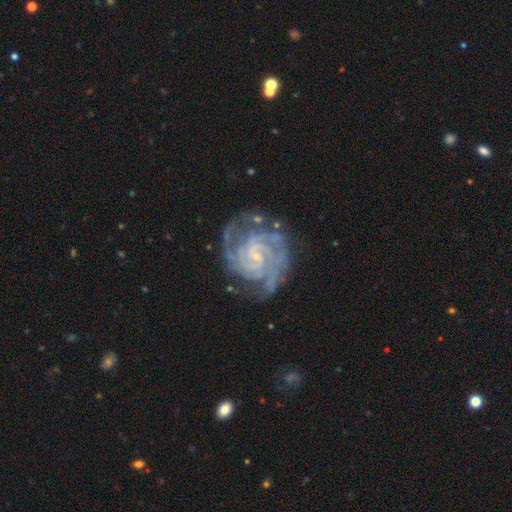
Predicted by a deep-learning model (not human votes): Smooth or featured? featured or disk (91%)
Edge-on disk? no (98%)
Bar? weak (46%)
Spiral arms? yes (98%)
Spiral winding? tight (67%)
Spiral arm count? 2 (27%)
Bulge size? small (76%)
Merging? none (70%)